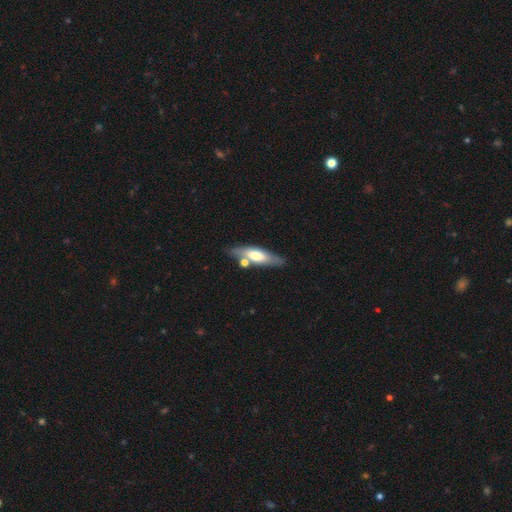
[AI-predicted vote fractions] Smooth or featured: smooth — 52% (featured or disk — 42%)
How rounded: cigar-shaped — 56% (in between — 42%)
Merging: none — 70% (minor disturbance — 14%)